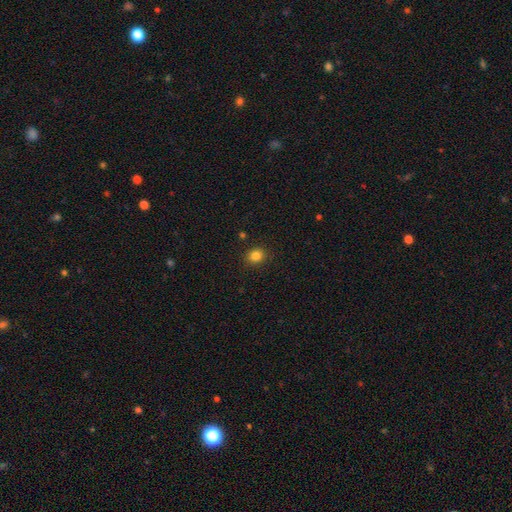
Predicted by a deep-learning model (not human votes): The model was most divided on "how rounded": round: 74%, in between: 25%, cigar-shaped: 1%. More confident: merging — none (89%); smooth or featured — smooth (83%).